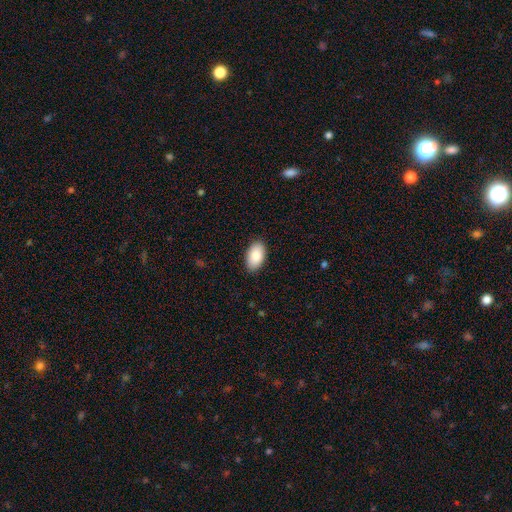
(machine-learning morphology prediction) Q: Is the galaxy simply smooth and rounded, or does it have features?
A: smooth — 88%.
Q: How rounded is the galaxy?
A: in between — 95%.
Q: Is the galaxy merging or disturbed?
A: none — 88%.